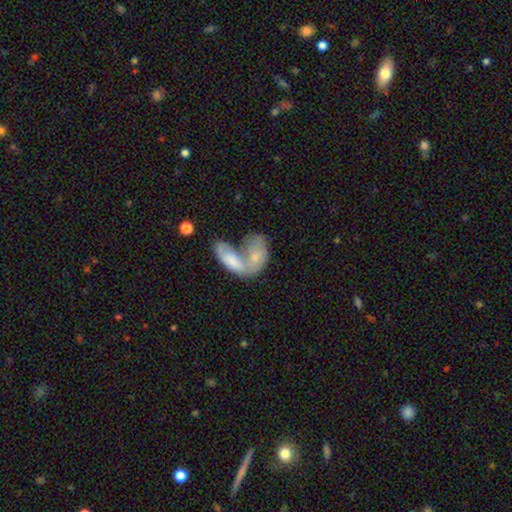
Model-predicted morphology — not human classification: smooth_or_featured: smooth (p=0.66) [alt: featured or disk p=0.28]
how_rounded: in between (p=0.87) [alt: round p=0.07]
merging: merger (p=0.73) [alt: none p=0.13]